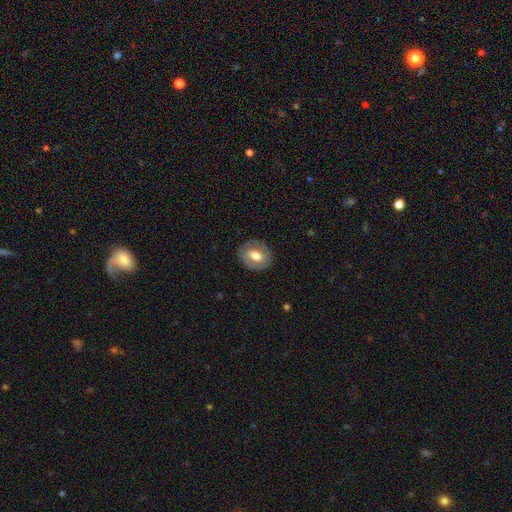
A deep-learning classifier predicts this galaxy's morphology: Overall: smooth (52%; featured or disk 41%). How rounded: round (50%; in between 49%). Merging: none (83%).